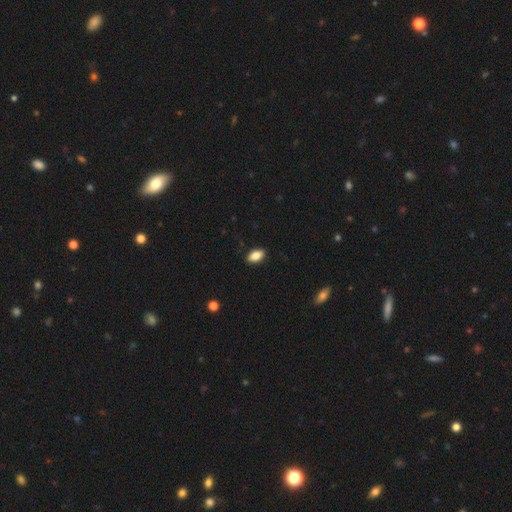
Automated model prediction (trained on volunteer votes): A smooth galaxy with no disk features (85%) that is in between round and cigar-shaped (92%).

Vote fractions:
- Smooth or featured? smooth: 85% / featured or disk: 7% / star or artifact: 7%
- How rounded? in between: 92% / round: 4% / cigar-shaped: 4%
- Merging? none: 89% / minor disturbance: 8% / major disturbance: 2% / merger: 1%